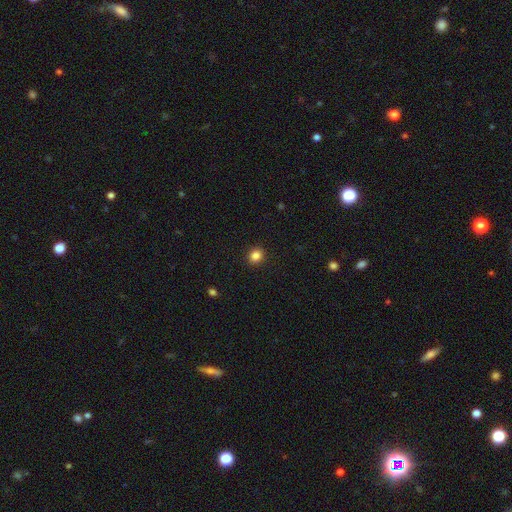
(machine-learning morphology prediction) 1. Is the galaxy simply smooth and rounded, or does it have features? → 85% smooth, 11% star or artifact, 4% featured or disk.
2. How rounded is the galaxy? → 82% round, 17% in between, 1% cigar-shaped.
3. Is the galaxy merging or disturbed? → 92% none, 5% minor disturbance, 2% major disturbance, 1% merger.